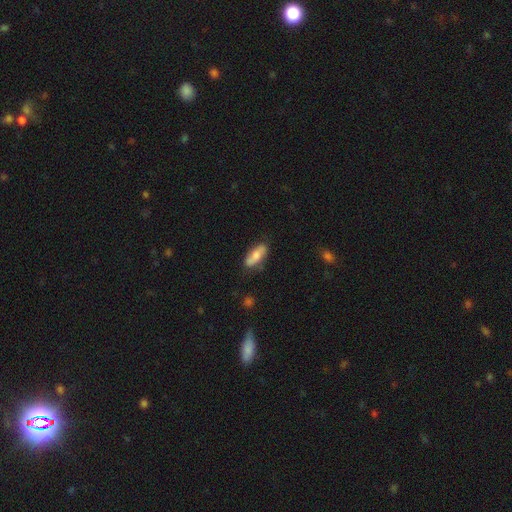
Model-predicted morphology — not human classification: This appears to be a smooth galaxy with no disk features (65%) that is in between round and cigar-shaped (76%). Merging: none (77%).